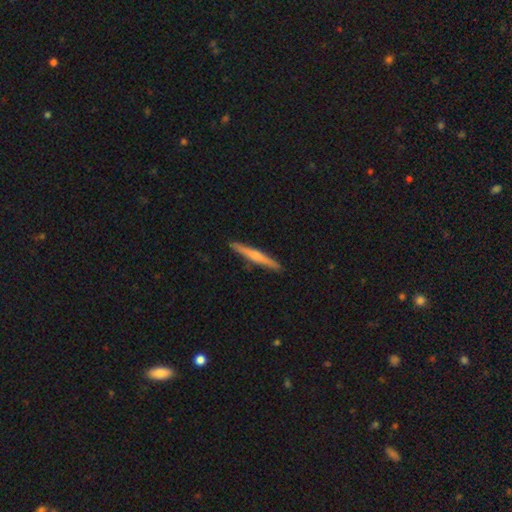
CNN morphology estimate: type=featured or disk (54%); edge-on=yes (97%); edge-on bulge=rounded (66%); merging=none (91%).